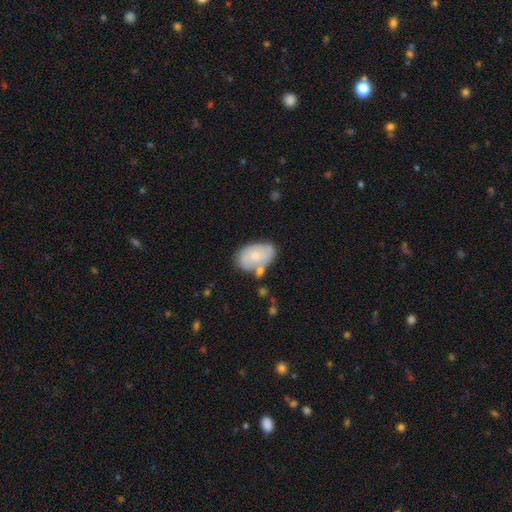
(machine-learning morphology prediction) This appears to be a smooth galaxy with no disk features (64%) that is in between round and cigar-shaped (90%). Merging: none (52%).